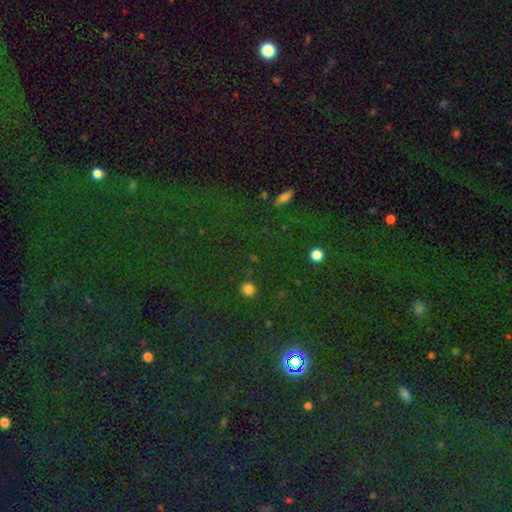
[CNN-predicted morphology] The model was most divided on "smooth or featured": star or artifact: 80%, smooth: 13%, featured or disk: 7%.